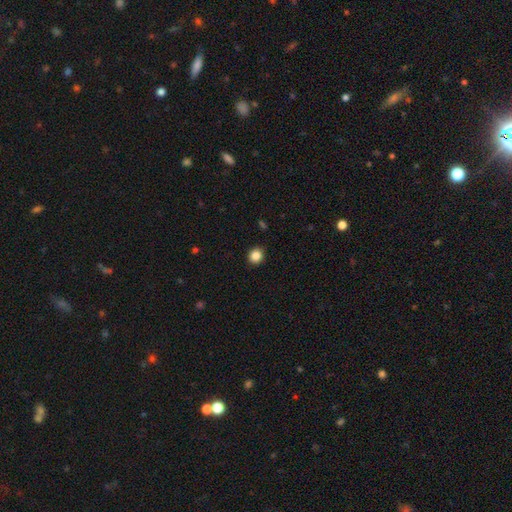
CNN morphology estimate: Smooth or featured?
  - smooth: 86% *
  - star or artifact: 10%
  - featured or disk: 4%
How rounded?
  - round: 85% *
  - in between: 14%
  - cigar-shaped: 1%
Merging?
  - none: 91% *
  - minor disturbance: 6%
  - major disturbance: 2%
  - merger: 1%